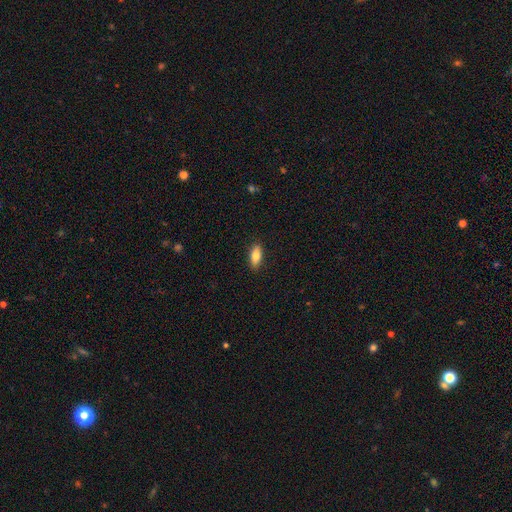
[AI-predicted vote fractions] Smooth or featured?
  - smooth: 80% *
  - featured or disk: 14%
  - star or artifact: 7%
How rounded?
  - in between: 80% *
  - cigar-shaped: 17%
  - round: 3%
Merging?
  - none: 90% *
  - minor disturbance: 8%
  - major disturbance: 2%
  - merger: 1%